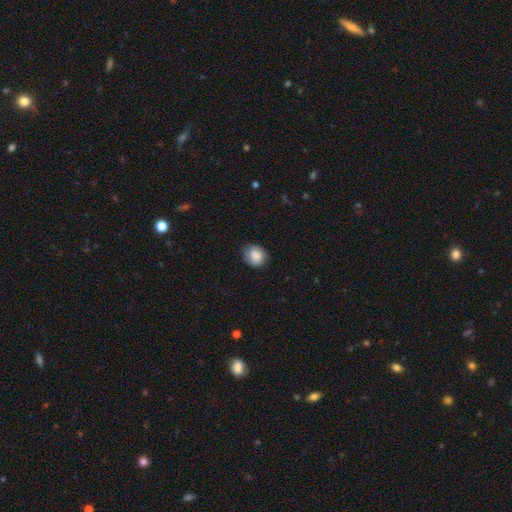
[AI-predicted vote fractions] A smooth galaxy with no disk features (86%) that is round (67%).

Vote fractions:
- Smooth or featured? smooth: 86% / star or artifact: 7% / featured or disk: 6%
- How rounded? round: 67% / in between: 32% / cigar-shaped: 1%
- Merging? none: 82% / minor disturbance: 14% / major disturbance: 3% / merger: 1%